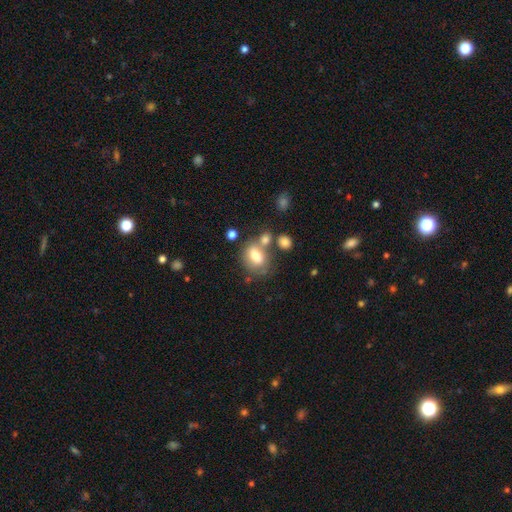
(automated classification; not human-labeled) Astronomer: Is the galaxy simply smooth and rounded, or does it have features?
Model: smooth — 71%.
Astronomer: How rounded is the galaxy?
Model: in between — 72%.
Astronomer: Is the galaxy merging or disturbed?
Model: none — 46% (runner-up: merger, 29%).